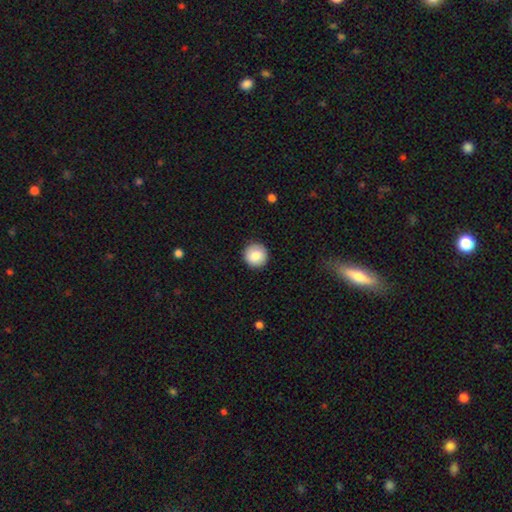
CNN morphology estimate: The model was most divided on "smooth or featured": smooth: 83%, featured or disk: 9%, star or artifact: 8%. More confident: how rounded — round (94%); merging — none (90%).